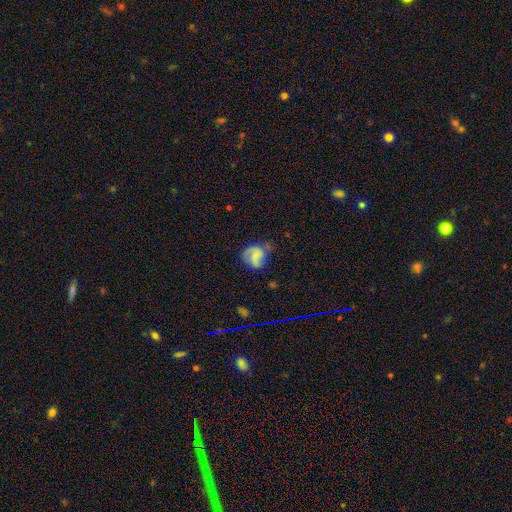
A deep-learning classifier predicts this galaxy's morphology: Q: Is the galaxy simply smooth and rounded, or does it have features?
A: smooth — 48%.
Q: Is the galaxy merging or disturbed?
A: none — 41%.